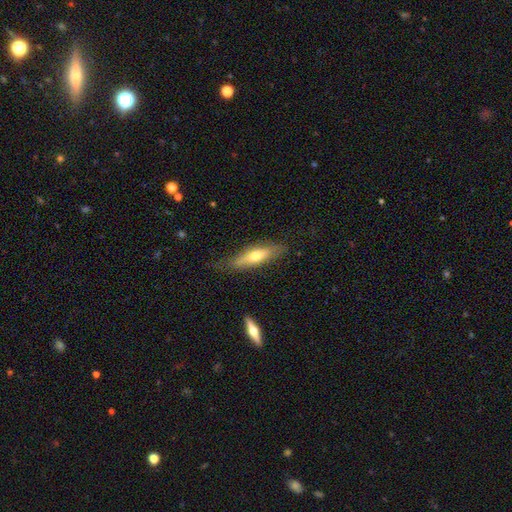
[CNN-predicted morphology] smooth-or-featured: smooth: 55% | featured or disk: 39% | star or artifact: 6%
  how-rounded: cigar-shaped: 64% | in between: 34% | round: 2%
  merging: none: 70% | minor disturbance: 22% | major disturbance: 6% | merger: 2%